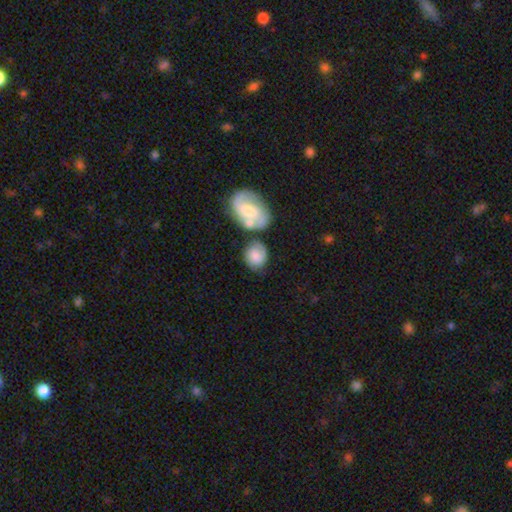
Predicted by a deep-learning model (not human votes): Morphology: type=smooth (64%); roundness=round (64%); merging=none (52%).